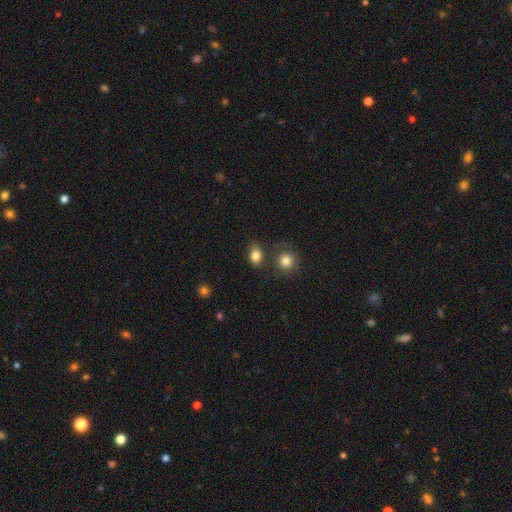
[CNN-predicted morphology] This is clearly a smooth galaxy (84%). How rounded: likely in between (73%). Merging: likely none (70%).